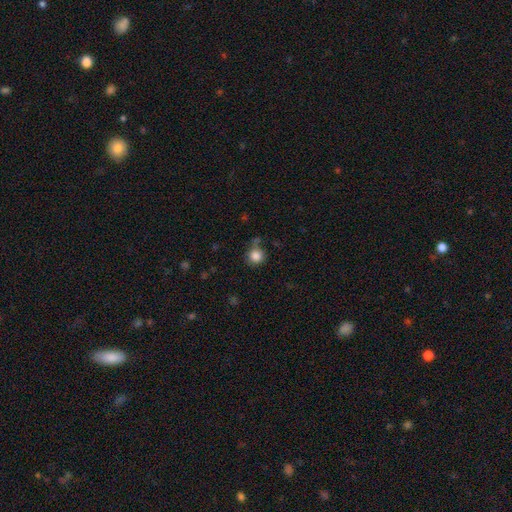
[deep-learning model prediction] Overall: smooth (85%). How rounded: round (91%). Merging: none (67%).